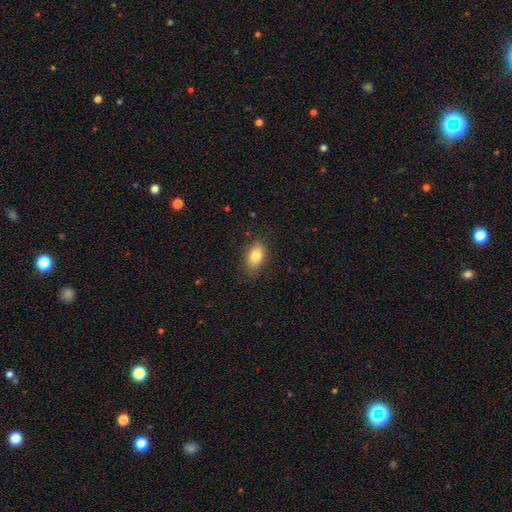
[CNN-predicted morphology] Smooth or featured? Predicted: smooth (p=0.82). How rounded? Predicted: in between (p=0.86). Merging? Predicted: none (p=0.80).